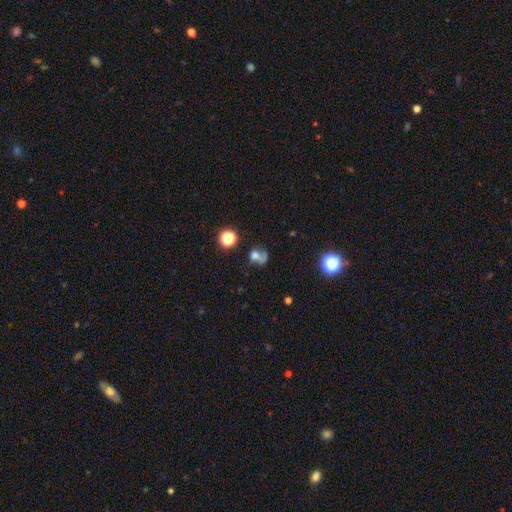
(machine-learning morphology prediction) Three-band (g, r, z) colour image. It shows a smooth galaxy with no disk features (55%) that is round (58%). Merging: none (31%).